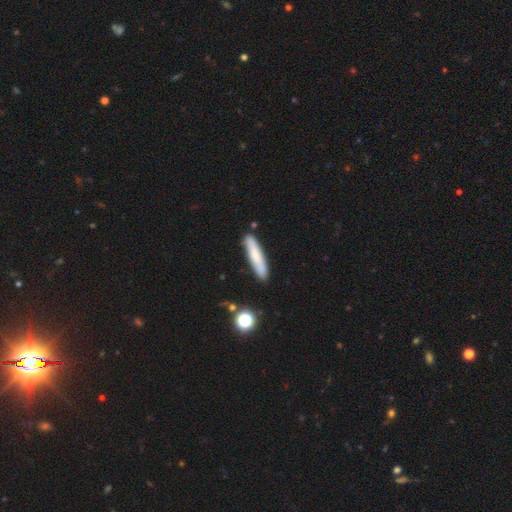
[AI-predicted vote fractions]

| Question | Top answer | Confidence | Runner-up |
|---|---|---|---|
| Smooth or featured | smooth | 71% | featured or disk (22%) |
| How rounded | cigar-shaped | 89% | in between (10%) |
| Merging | none | 84% | minor disturbance (11%) |